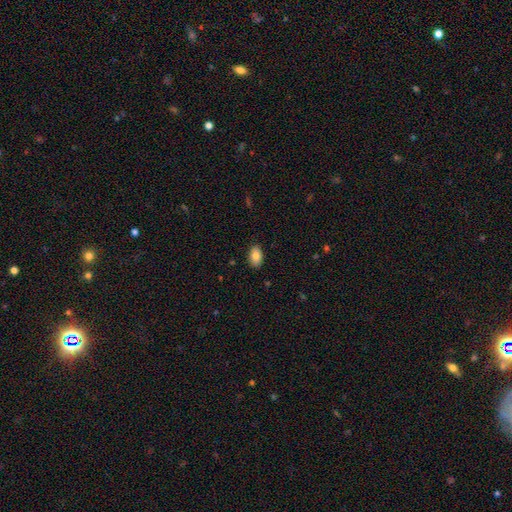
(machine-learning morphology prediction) type=smooth (84%); roundness=in between (91%); merging=none (87%).